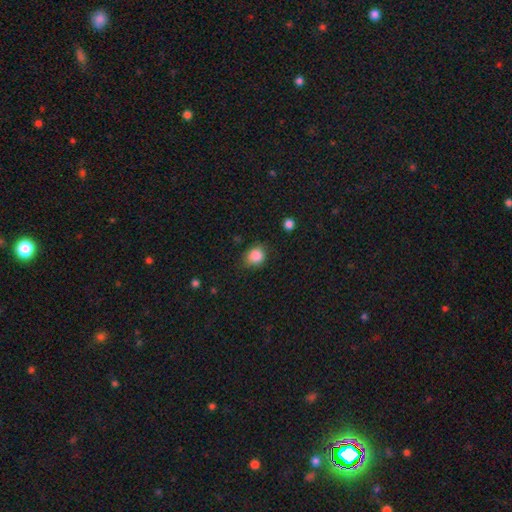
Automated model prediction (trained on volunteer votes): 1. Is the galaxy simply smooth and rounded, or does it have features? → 86% smooth, 10% star or artifact, 4% featured or disk.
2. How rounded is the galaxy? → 69% round, 30% in between, 1% cigar-shaped.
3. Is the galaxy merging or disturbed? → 69% none, 23% minor disturbance, 6% major disturbance, 2% merger.